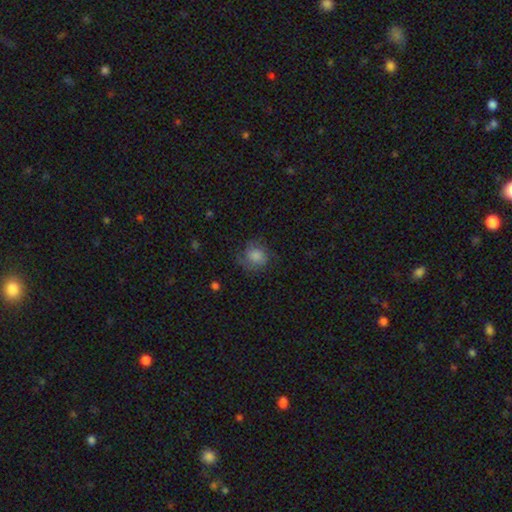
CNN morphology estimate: type=smooth (73%); roundness=round (79%); merging=none (66%).